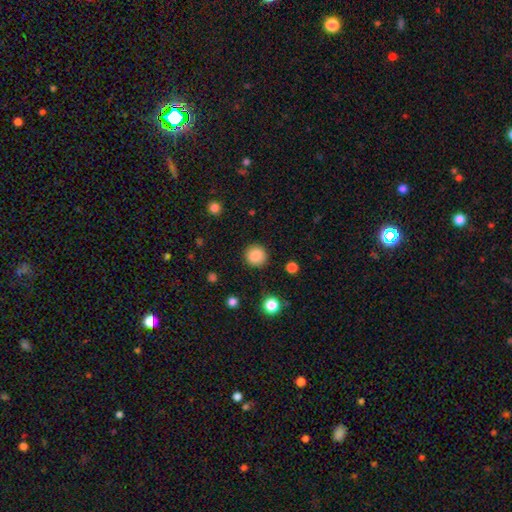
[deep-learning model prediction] A smooth galaxy with no disk features (87%) that is round (94%).

Vote fractions:
- Smooth or featured? smooth: 87% / star or artifact: 10% / featured or disk: 4%
- How rounded? round: 94% / in between: 5% / cigar-shaped: 1%
- Merging? none: 90% / minor disturbance: 6% / major disturbance: 2% / merger: 1%